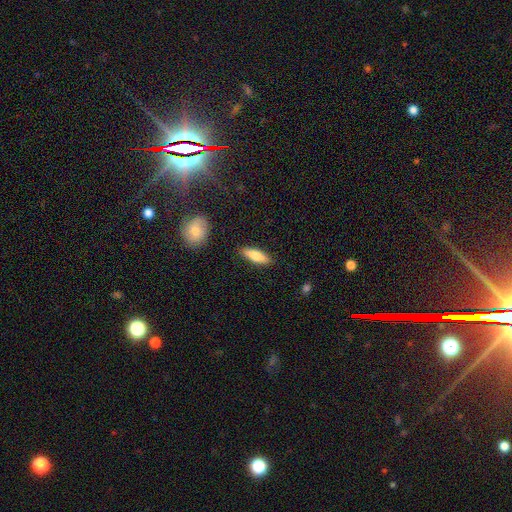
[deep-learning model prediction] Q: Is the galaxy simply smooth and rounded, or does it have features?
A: smooth — 80%.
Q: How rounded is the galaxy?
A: in between — 50%.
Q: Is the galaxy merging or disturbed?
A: none — 88%.